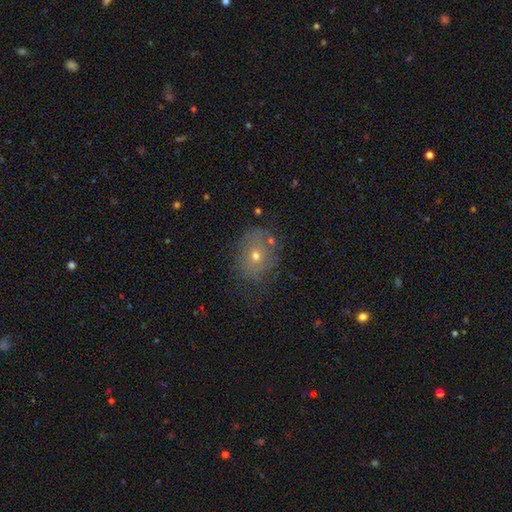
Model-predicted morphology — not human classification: Smooth or featured: smooth — 54% (featured or disk — 29%)
How rounded: round — 52% (in between — 47%)
Merging: none — 67% (minor disturbance — 21%)